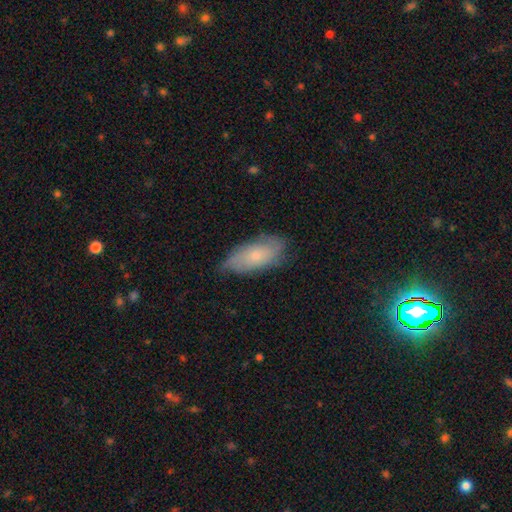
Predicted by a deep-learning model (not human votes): Smooth or featured: smooth — 60% (featured or disk — 34%)
How rounded: in between — 85% (cigar-shaped — 12%)
Merging: none — 67% (minor disturbance — 27%)